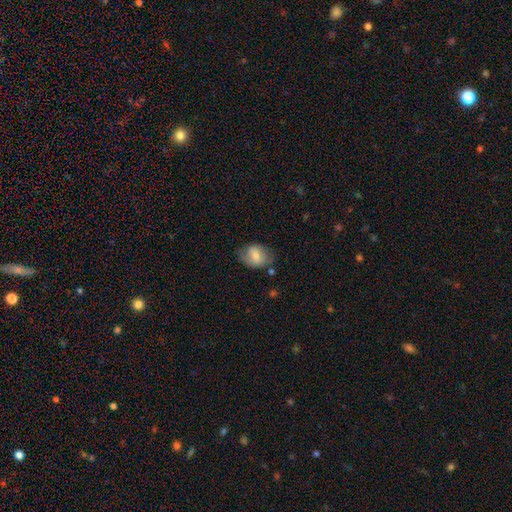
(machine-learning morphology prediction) This appears to be a smooth galaxy with no disk features (64%) that is in between round and cigar-shaped (65%). Merging: none (58%).